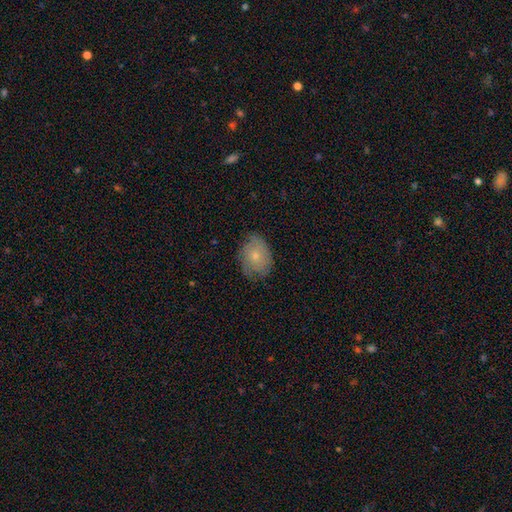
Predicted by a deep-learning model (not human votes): smooth_or_featured: smooth (p=0.63) [alt: featured or disk p=0.29]
how_rounded: in between (p=0.63) [alt: round p=0.36]
merging: none (p=0.68) [alt: minor disturbance p=0.25]